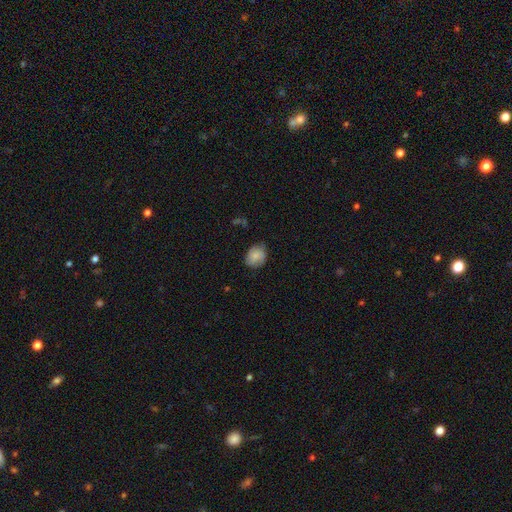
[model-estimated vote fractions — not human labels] smooth_or_featured: smooth (p=0.74) [alt: featured or disk p=0.19]
how_rounded: round (p=0.55) [alt: in between p=0.44]
merging: none (p=0.66) [alt: minor disturbance p=0.27]